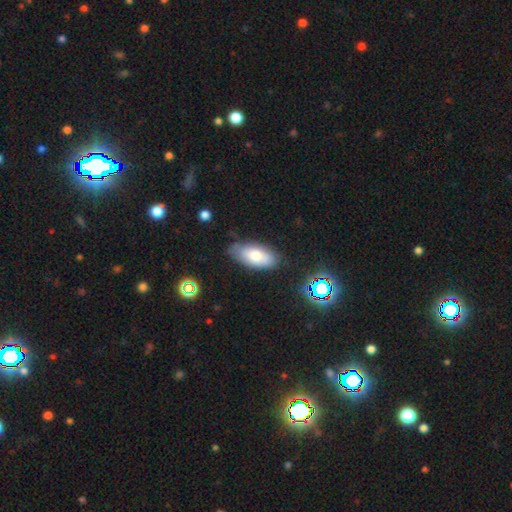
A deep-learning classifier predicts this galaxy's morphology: smooth 71%, featured or disk 20%, star or artifact 9%. Down the decision tree: how rounded — in between (88%); merging — none (76%).